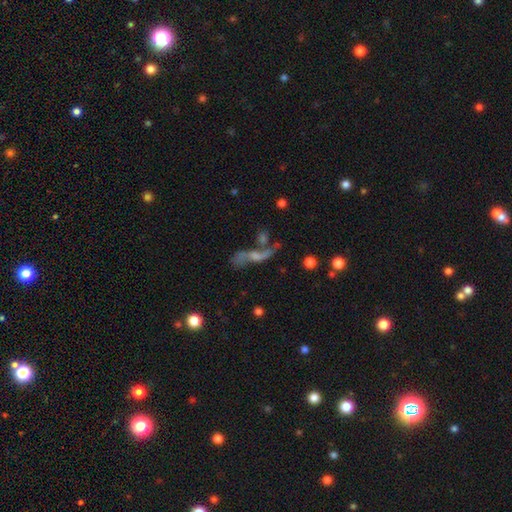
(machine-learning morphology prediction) smooth-or-featured: featured or disk: 59% | smooth: 24% | star or artifact: 17%
  disk-edge-on: no: 77% | yes: 23%
  merging: none: 34% | merger: 29% | major disturbance: 22% | minor disturbance: 15%